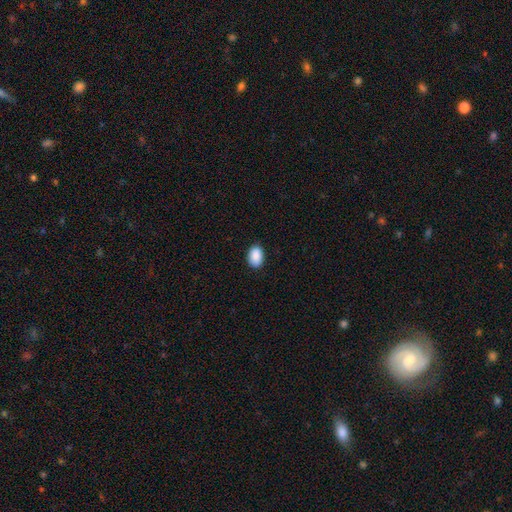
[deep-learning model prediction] Smooth or featured: smooth — 90% (star or artifact — 7%)
How rounded: in between — 86% (round — 13%)
Merging: none — 88% (minor disturbance — 9%)